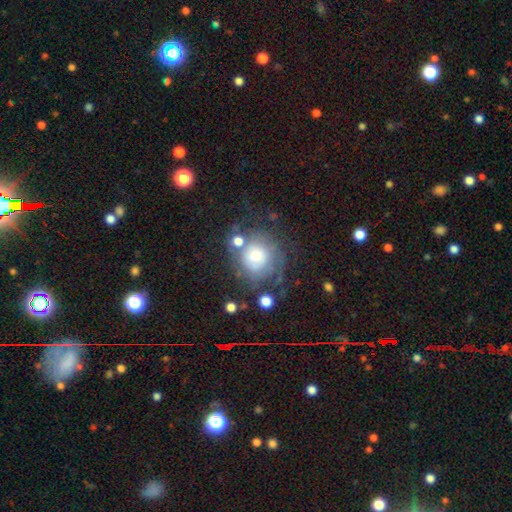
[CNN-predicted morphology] smooth_or_featured: smooth (p=0.48) [alt: featured or disk p=0.41]
merging: none (p=0.56) [alt: minor disturbance p=0.19]